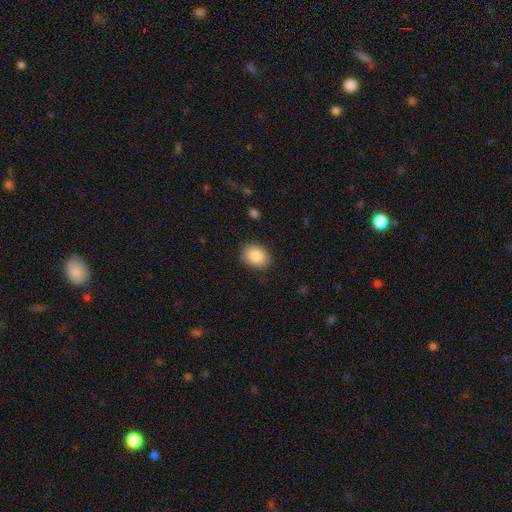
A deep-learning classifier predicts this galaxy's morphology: Smooth or featured?
  - smooth: 87% *
  - star or artifact: 7%
  - featured or disk: 6%
How rounded?
  - in between: 74% *
  - round: 25%
  - cigar-shaped: 1%
Merging?
  - none: 86% *
  - minor disturbance: 10%
  - major disturbance: 2%
  - merger: 1%